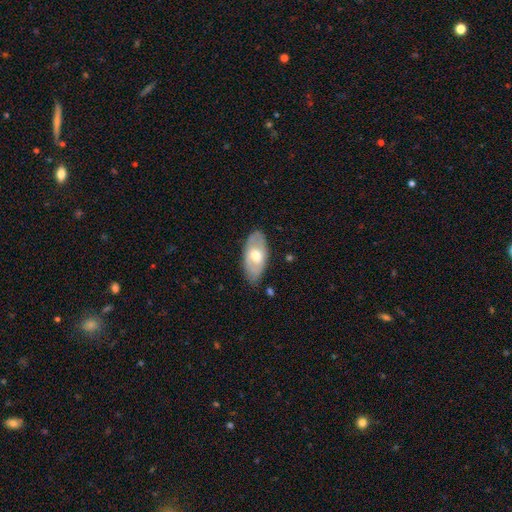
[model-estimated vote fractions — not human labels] smooth_or_featured: smooth (p=0.48) [alt: featured or disk p=0.46]
merging: none (p=0.76) [alt: minor disturbance p=0.18]